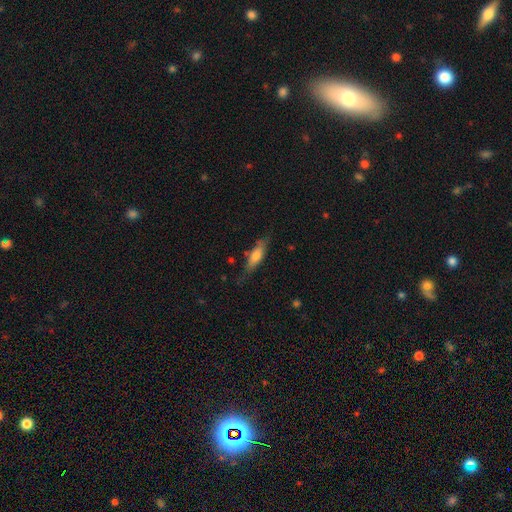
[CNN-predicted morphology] The model was most divided on "how rounded": cigar-shaped: 58%, in between: 40%, round: 2%. More confident: merging — none (68%); smooth or featured — smooth (64%).